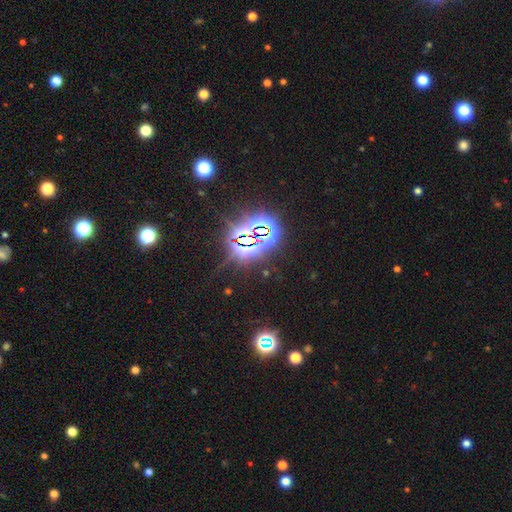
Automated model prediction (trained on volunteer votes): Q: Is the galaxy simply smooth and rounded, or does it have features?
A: star or artifact — 79%.